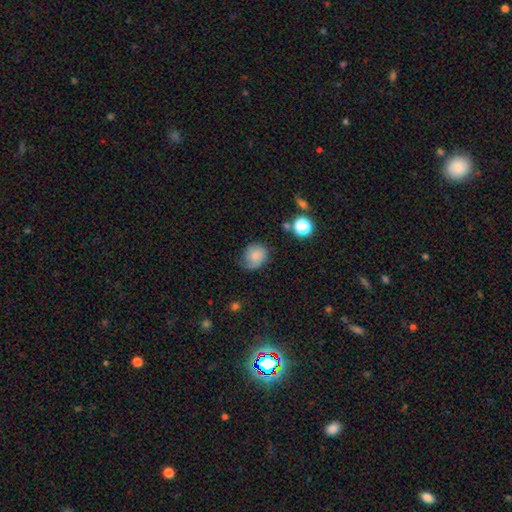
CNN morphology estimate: Overall: smooth (76%). How rounded: round (72%). Merging: none (61%; minor disturbance 28%).